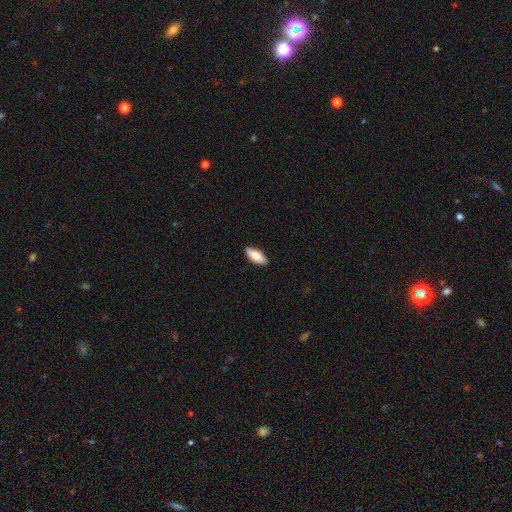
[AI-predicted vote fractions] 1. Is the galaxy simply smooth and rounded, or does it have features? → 86% smooth, 8% featured or disk, 6% star or artifact.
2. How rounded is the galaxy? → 82% in between, 16% cigar-shaped, 2% round.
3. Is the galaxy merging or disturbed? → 89% none, 9% minor disturbance, 2% major disturbance, 1% merger.